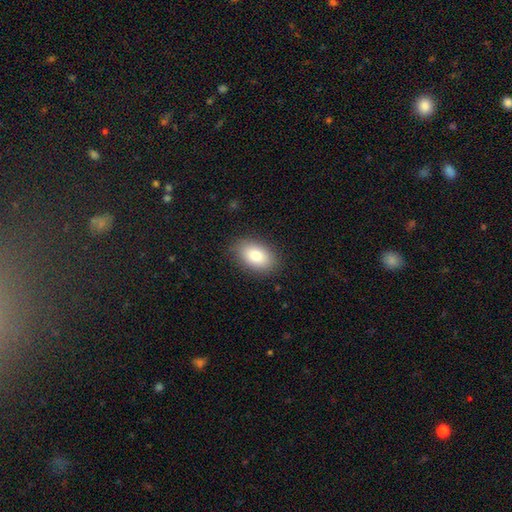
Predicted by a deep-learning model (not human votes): Overall: smooth (82%). How rounded: in between (90%). Merging: none (86%).